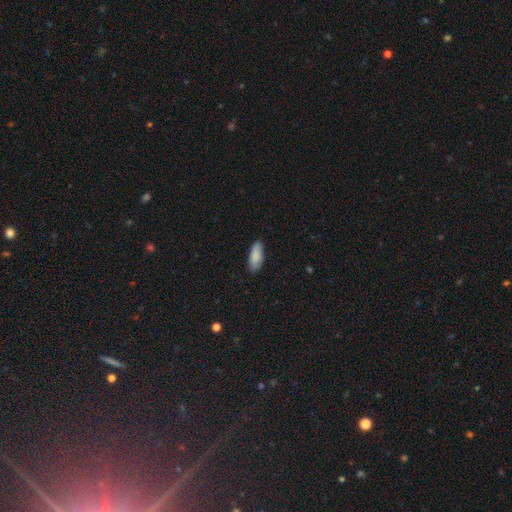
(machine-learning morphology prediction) A smooth galaxy with no disk features (87%) that is in between round and cigar-shaped (84%).

Vote fractions:
- Smooth or featured? smooth: 87% / featured or disk: 8% / star or artifact: 6%
- How rounded? in between: 84% / cigar-shaped: 14% / round: 2%
- Merging? none: 84% / minor disturbance: 12% / major disturbance: 2% / merger: 1%